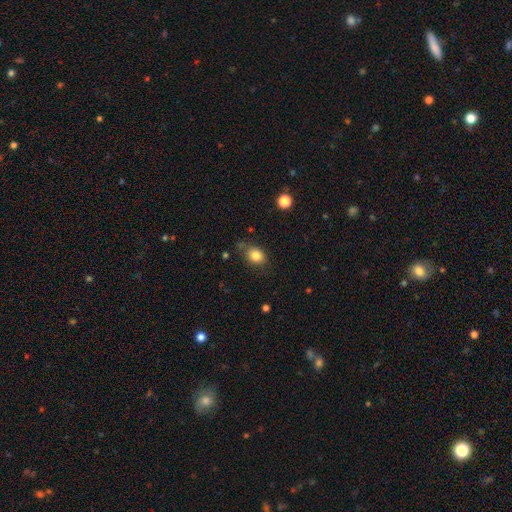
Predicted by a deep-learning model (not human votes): This appears to be a smooth galaxy with no disk features (83%) that is in between round and cigar-shaped (58%). Merging: none (70%).